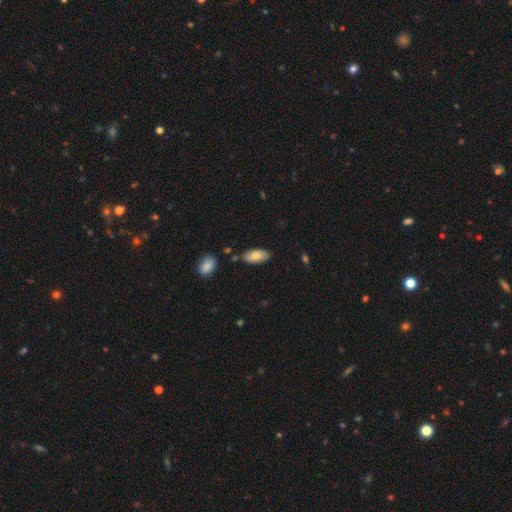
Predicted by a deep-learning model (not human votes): Smooth or featured: smooth — 80% (featured or disk — 14%)
How rounded: in between — 92% (cigar-shaped — 6%)
Merging: none — 79% (minor disturbance — 15%)